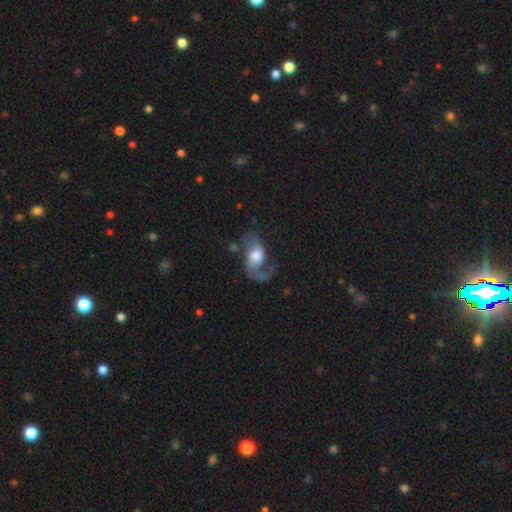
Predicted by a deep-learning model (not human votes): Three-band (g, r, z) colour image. It shows a featured or disk galaxy (73%) with no bar (57%), 2 (67%) loose (57%) spiral arms (89%) and a moderate central bulge (47%). Merging: none (46%).